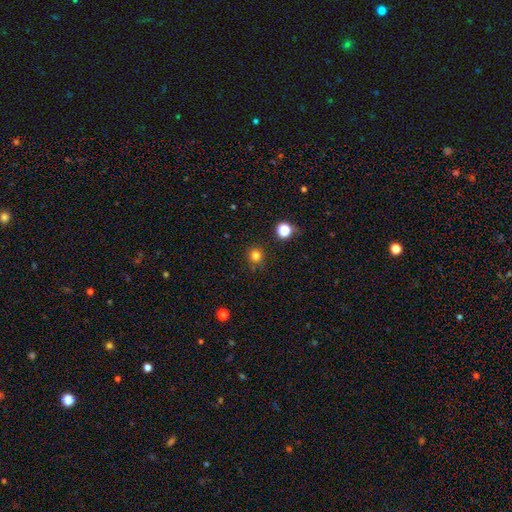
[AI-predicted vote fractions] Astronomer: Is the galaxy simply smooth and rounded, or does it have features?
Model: smooth — 80%.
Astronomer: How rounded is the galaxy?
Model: round — 93%.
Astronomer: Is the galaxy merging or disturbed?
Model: none — 88%.